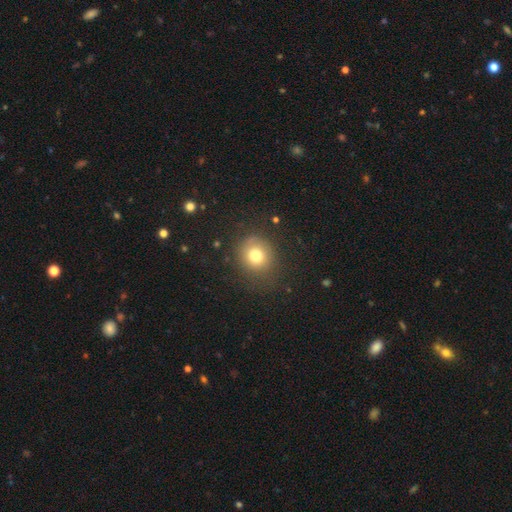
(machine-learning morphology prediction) smooth 76%, star or artifact 13%, featured or disk 11%. Down the decision tree: how rounded — round (83%); merging — none (78%).